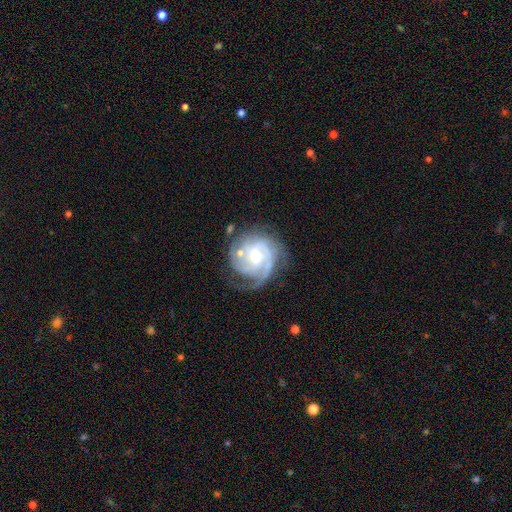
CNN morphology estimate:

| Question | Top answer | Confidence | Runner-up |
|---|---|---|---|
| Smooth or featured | featured or disk | 86% | smooth (8%) |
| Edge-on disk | no | 98% | yes (2%) |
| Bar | weak | 46% | no (43%) |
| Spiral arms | yes | 96% | no (4%) |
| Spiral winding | tight | 60% | medium (31%) |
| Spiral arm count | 2 | 28% | tied: 3 (28%) |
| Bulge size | moderate | 61% | small (33%) |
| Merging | none | 61% | minor disturbance (20%) |